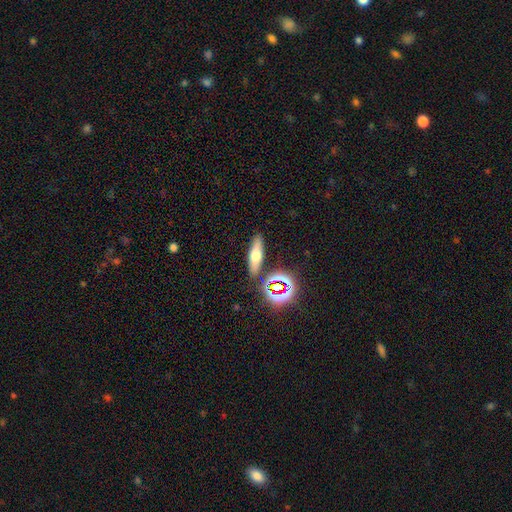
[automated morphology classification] smooth 51%, featured or disk 32%, star or artifact 16%. Down the decision tree: how rounded — cigar-shaped (54%); merging — none (85%).